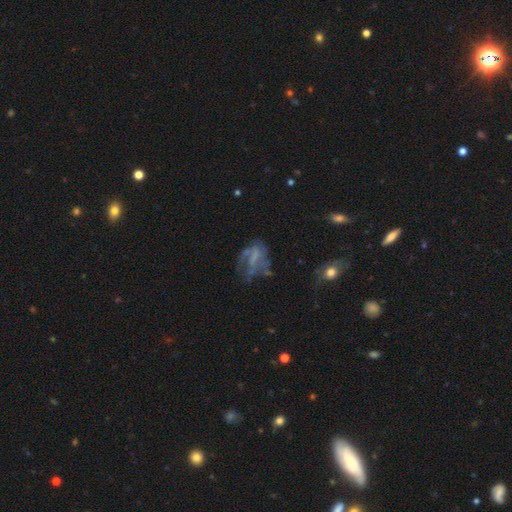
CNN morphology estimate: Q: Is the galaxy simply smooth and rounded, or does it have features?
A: featured or disk — 58%.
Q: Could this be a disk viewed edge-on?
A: no — 95%.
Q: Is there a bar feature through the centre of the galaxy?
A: no — 54%.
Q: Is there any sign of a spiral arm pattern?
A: no — 56%.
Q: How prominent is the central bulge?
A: none — 69%.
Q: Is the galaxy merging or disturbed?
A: none — 37%.